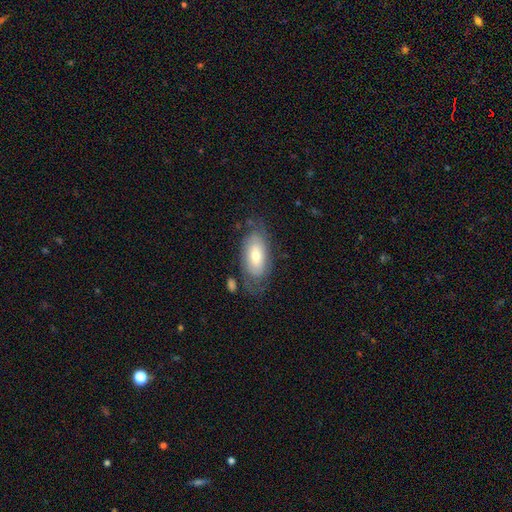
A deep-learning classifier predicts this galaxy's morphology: A smooth galaxy with no disk features (56%) that is in between round and cigar-shaped (91%).

Vote fractions:
- Smooth or featured? smooth: 56% / featured or disk: 37% / star or artifact: 7%
- How rounded? in between: 91% / cigar-shaped: 6% / round: 4%
- Merging? none: 63% / minor disturbance: 23% / major disturbance: 11% / merger: 3%